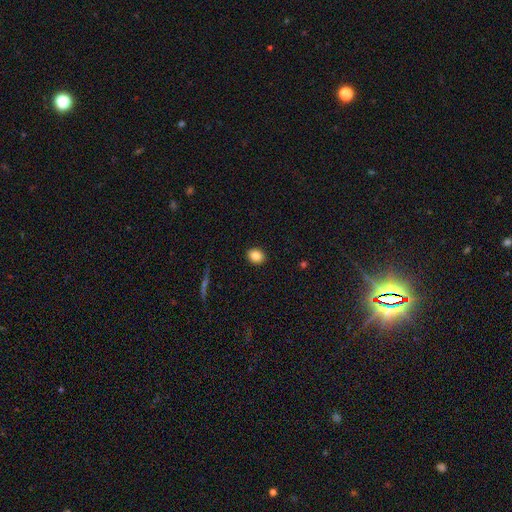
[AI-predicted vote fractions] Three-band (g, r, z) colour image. It shows a smooth galaxy with no disk features (85%) that is in between round and cigar-shaped (50%). Merging: none (91%).